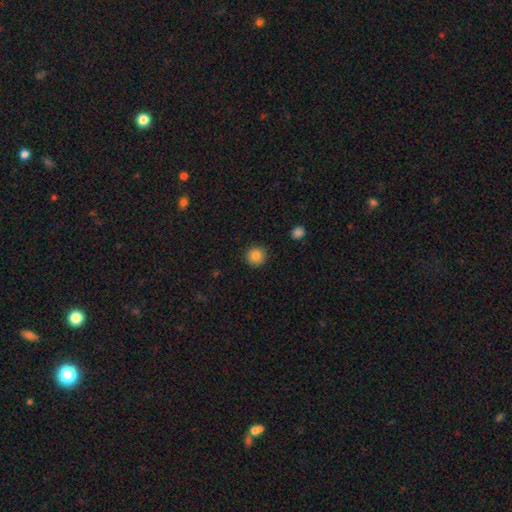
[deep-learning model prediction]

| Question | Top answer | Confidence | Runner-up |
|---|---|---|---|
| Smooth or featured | smooth | 86% | star or artifact (10%) |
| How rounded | round | 95% | in between (4%) |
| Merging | none | 92% | minor disturbance (5%) |